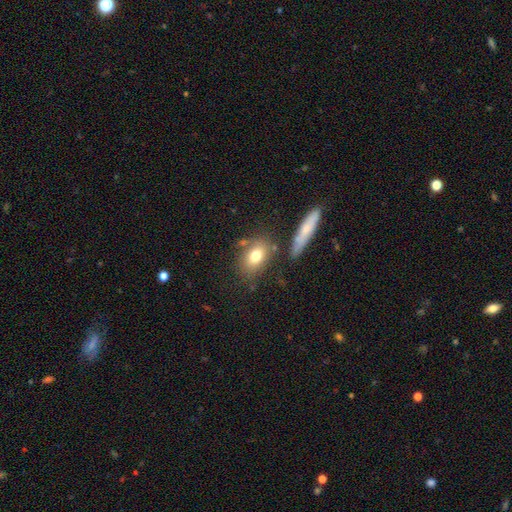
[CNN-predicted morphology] Smooth or featured? smooth (74%)
How rounded? in between (71%)
Merging? none (70%)